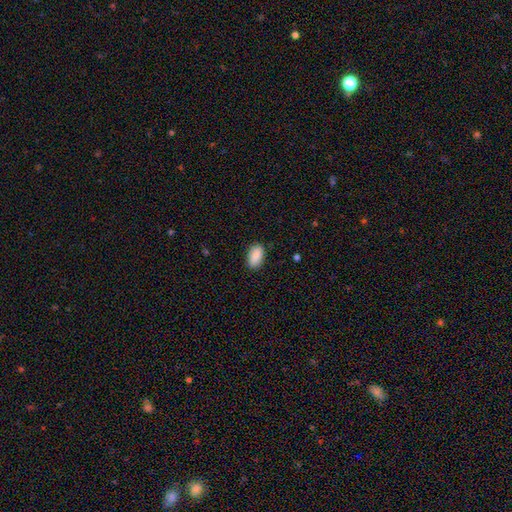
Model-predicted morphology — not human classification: smooth-or-featured: smooth: 90% | star or artifact: 7% | featured or disk: 3%
  how-rounded: in between: 93% | round: 4% | cigar-shaped: 3%
  merging: none: 87% | minor disturbance: 10% | major disturbance: 2% | merger: 1%